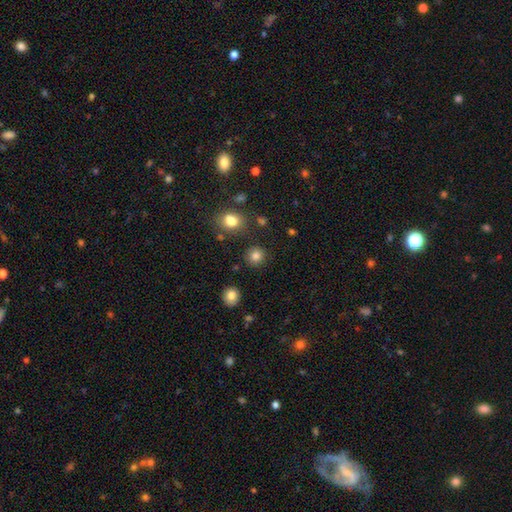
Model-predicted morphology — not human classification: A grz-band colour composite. It shows a smooth galaxy with no disk features (84%) that is round (89%). Merging: none (88%).